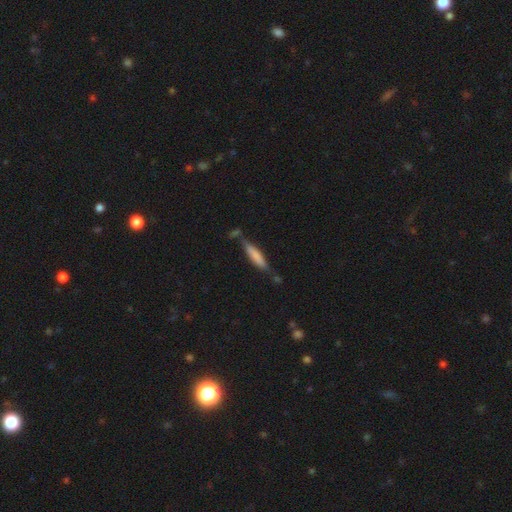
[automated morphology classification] This is likely a smooth galaxy (71%). How rounded: clearly cigar-shaped (83%). Merging: possibly none (59%).